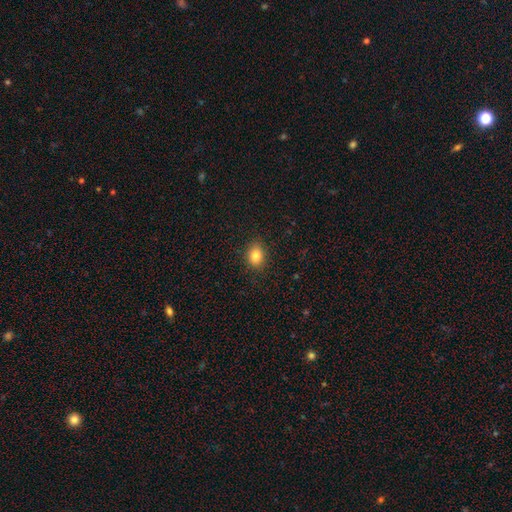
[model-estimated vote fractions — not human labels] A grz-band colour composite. It shows a smooth galaxy with no disk features (84%) that is in between round and cigar-shaped (62%). Merging: none (88%).